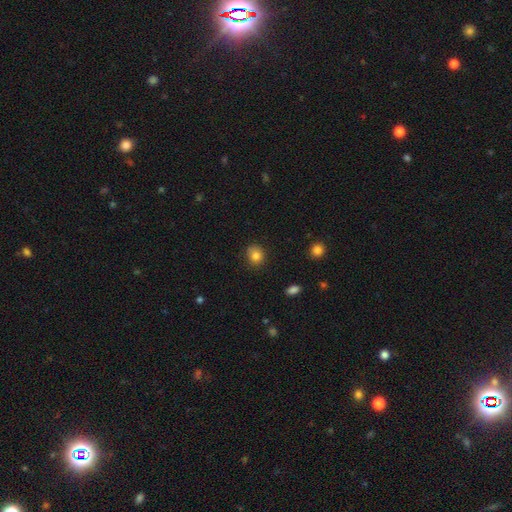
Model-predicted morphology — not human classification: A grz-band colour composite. It shows a smooth galaxy with no disk features (83%) that is round (73%). Merging: none (81%).